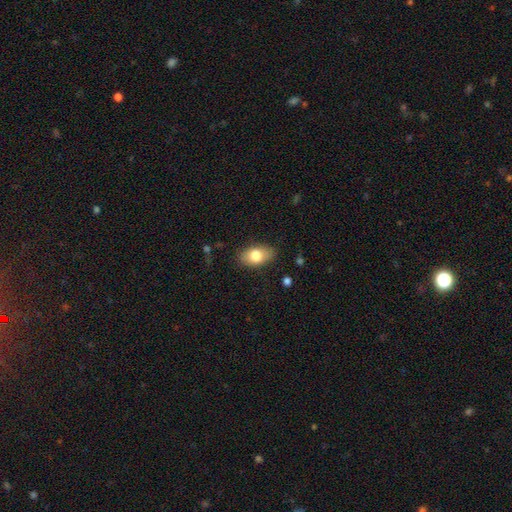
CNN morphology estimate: A smooth galaxy with no disk features (78%) that is in between round and cigar-shaped (90%). Merging: none (84%).